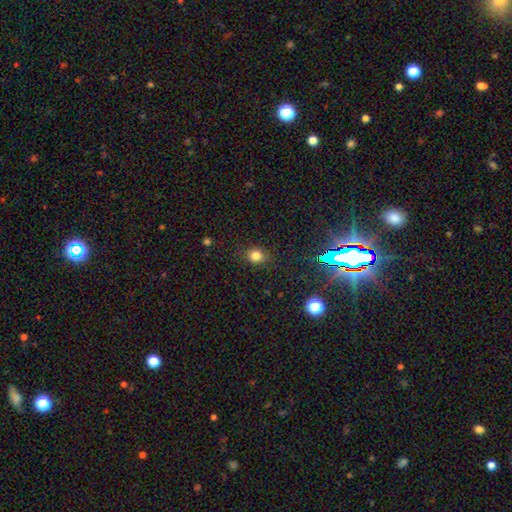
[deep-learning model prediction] Smooth or featured? Predicted: smooth (p=0.79). How rounded? Predicted: round (p=0.73). Merging? Predicted: none (p=0.85).